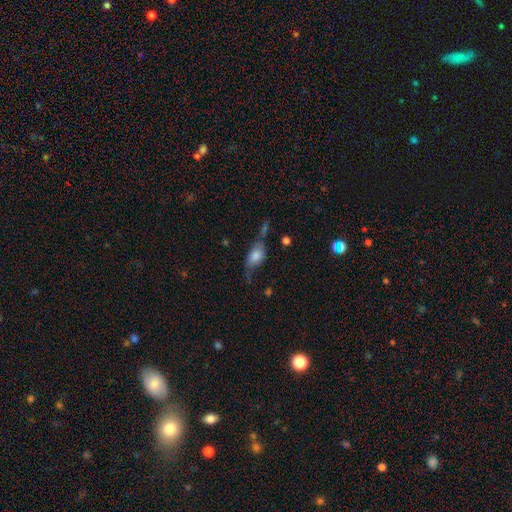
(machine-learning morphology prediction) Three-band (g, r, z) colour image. It shows a smooth galaxy with no disk features (61%) that is in between round and cigar-shaped (86%). Merging: none (41%).